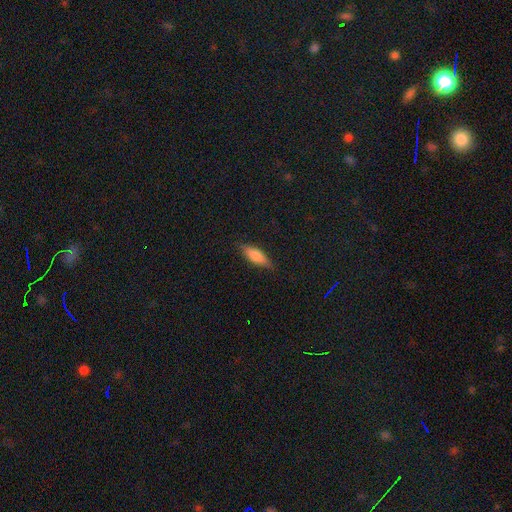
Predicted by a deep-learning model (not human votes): Smooth or featured?
  - smooth: 73% *
  - featured or disk: 20%
  - star or artifact: 7%
How rounded?
  - in between: 52% *
  - cigar-shaped: 46%
  - round: 2%
Merging?
  - none: 82% *
  - minor disturbance: 14%
  - major disturbance: 3%
  - merger: 1%